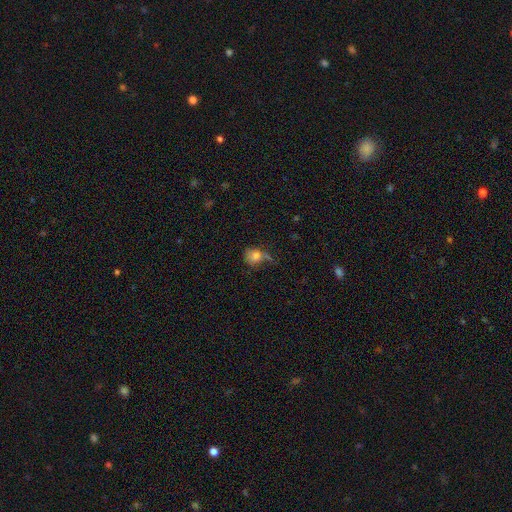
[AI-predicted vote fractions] Q: Smooth or featured?
A: smooth (74%); runner-up: featured or disk (14%)
Q: How rounded?
A: round (60%); runner-up: in between (38%)
Q: Merging?
A: none (35%); runner-up: minor disturbance (29%)